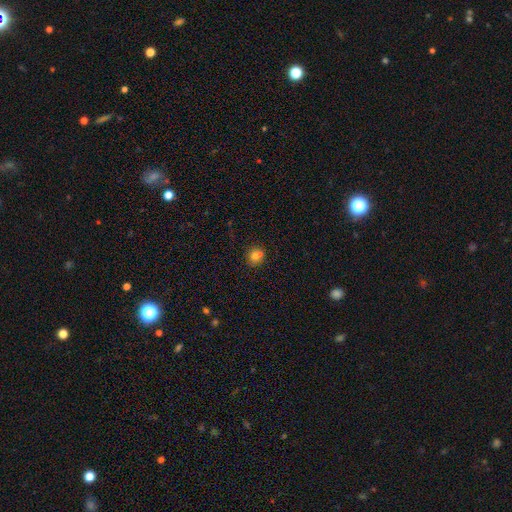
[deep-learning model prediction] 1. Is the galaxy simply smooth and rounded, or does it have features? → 74% smooth, 15% star or artifact, 11% featured or disk.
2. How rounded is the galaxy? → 76% round, 23% in between, 1% cigar-shaped.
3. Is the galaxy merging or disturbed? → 65% none, 19% merger, 12% minor disturbance, 4% major disturbance.